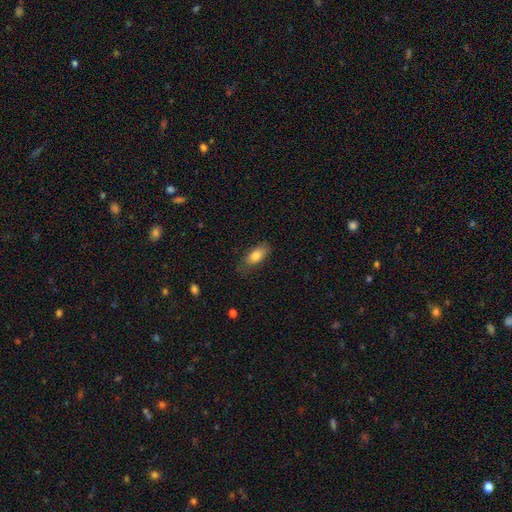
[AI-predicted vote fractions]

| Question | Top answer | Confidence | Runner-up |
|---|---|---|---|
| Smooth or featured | smooth | 80% | featured or disk (13%) |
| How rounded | in between | 85% | cigar-shaped (12%) |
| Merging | none | 73% | minor disturbance (20%) |